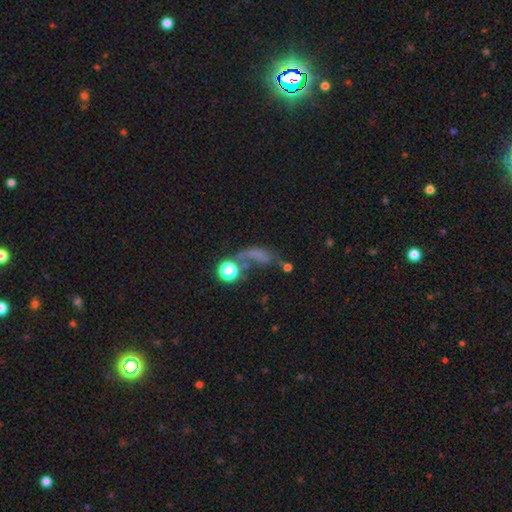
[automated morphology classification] Overall: smooth (40%; star or artifact 32%). Merging: major disturbance (37%; none 31%).